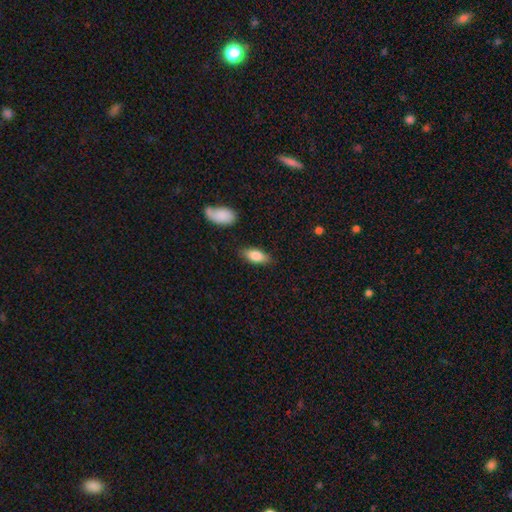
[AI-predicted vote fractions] Overall: smooth (81%). How rounded: in between (81%). Merging: none (83%).